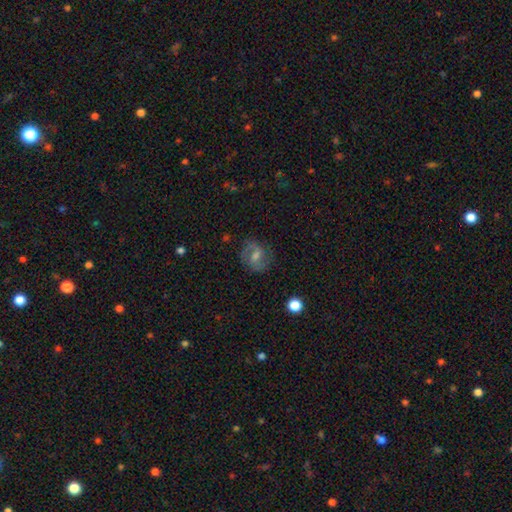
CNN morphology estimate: Overall: featured or disk (63%; smooth 26%). Edge-on disk: no (96%). Bar: weak (53%; no 27%). Spiral arms: yes (85%). Spiral arm count: 2 (81%). Spiral winding: medium (48%; tight 30%). Bulge size: moderate (52%; small 35%). Merging: none (79%).